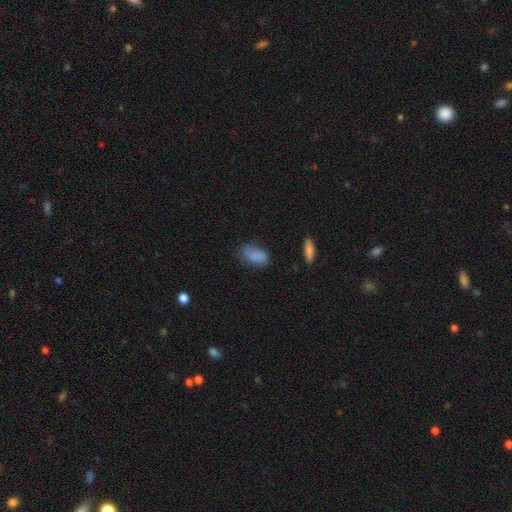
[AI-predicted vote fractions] Morphology: type=smooth (85%); roundness=in between (91%); merging=none (58%).